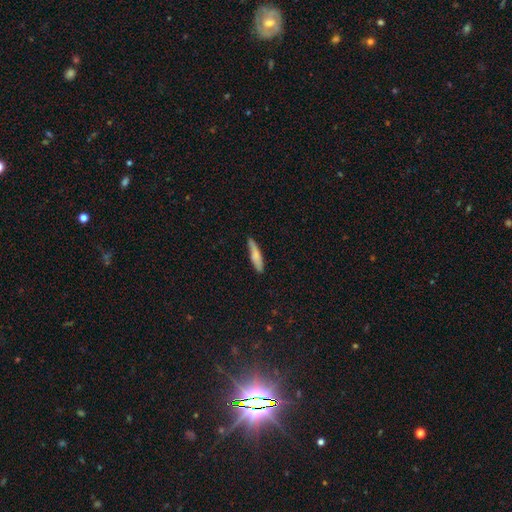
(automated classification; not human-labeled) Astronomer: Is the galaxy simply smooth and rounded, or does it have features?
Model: smooth — 73%.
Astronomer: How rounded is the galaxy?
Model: cigar-shaped — 82%.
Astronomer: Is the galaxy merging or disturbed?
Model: none — 71%.